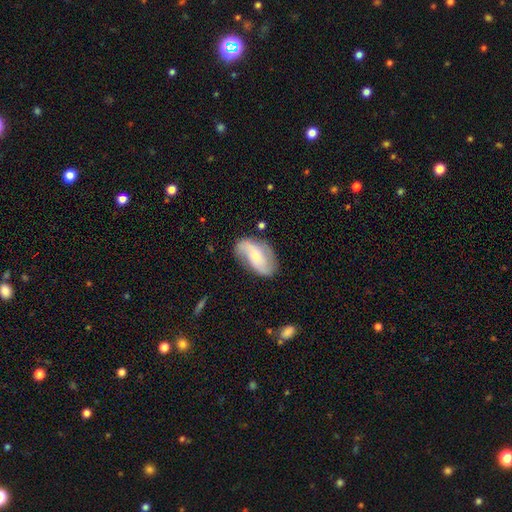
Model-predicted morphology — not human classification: This is likely a featured or disk galaxy (69%). It is clearly not viewed edge-on (95%). Bar: possibly no (57%). Spiral arm pattern: clearly yes (88%). Spiral arm count: clearly 2 (85%). Spiral winding: possibly loose (57%). Central bulge: likely small (62%). Merging: likely none (67%).